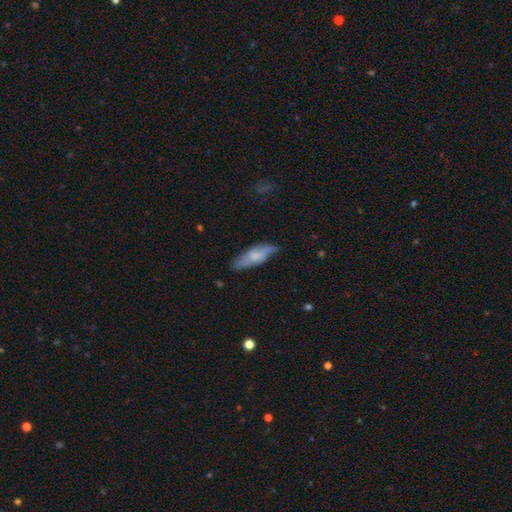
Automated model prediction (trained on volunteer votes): smooth_or_featured: smooth (p=0.56) [alt: featured or disk p=0.37]
how_rounded: in between (p=0.55) [alt: cigar-shaped p=0.42]
merging: none (p=0.68) [alt: minor disturbance p=0.25]